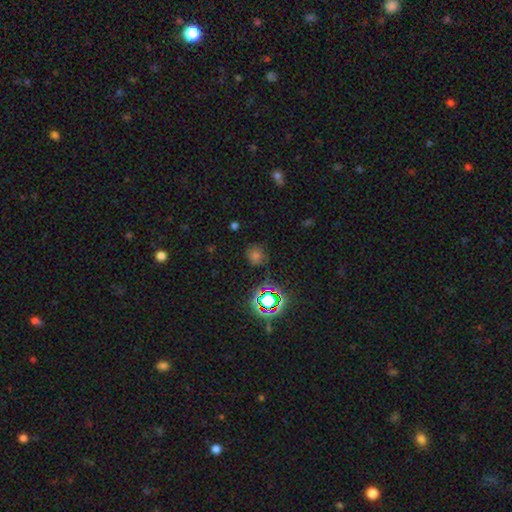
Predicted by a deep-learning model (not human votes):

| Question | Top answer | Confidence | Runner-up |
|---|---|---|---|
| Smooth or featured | smooth | 53% | star or artifact (39%) |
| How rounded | round | 84% | in between (15%) |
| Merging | none | 80% | minor disturbance (13%) |